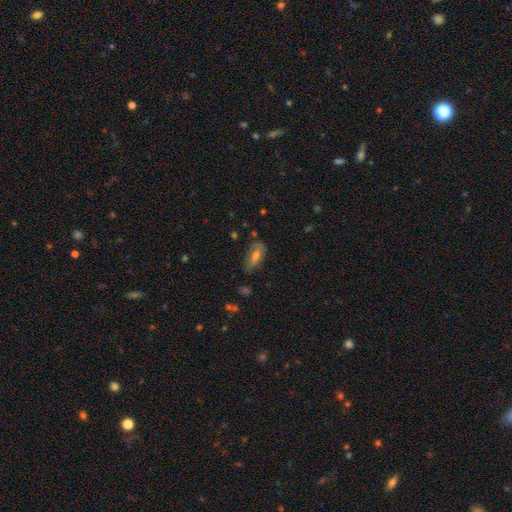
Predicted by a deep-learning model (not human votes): Morphology: type=smooth (53%); roundness=in between (77%); merging=none (70%).